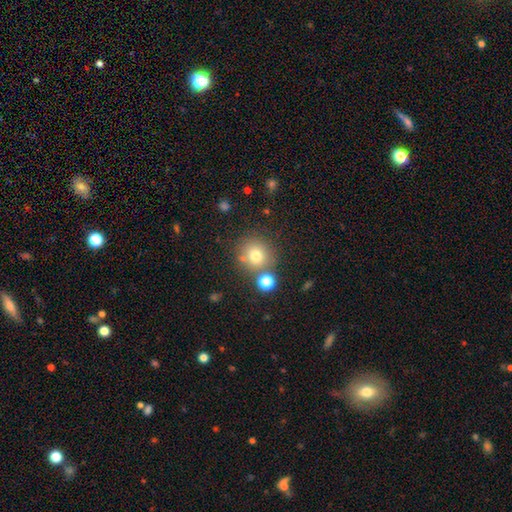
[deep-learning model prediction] smooth 75%, star or artifact 14%, featured or disk 11%. Down the decision tree: how rounded — round (91%); merging — none (72%).